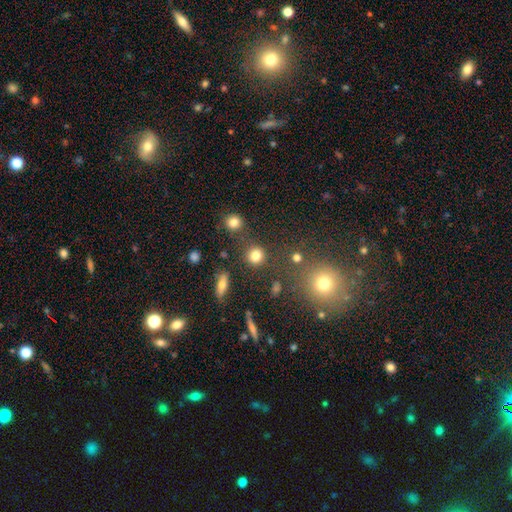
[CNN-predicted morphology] This appears to be a smooth galaxy with no disk features (80%) that is round (89%). Merging: none (80%).